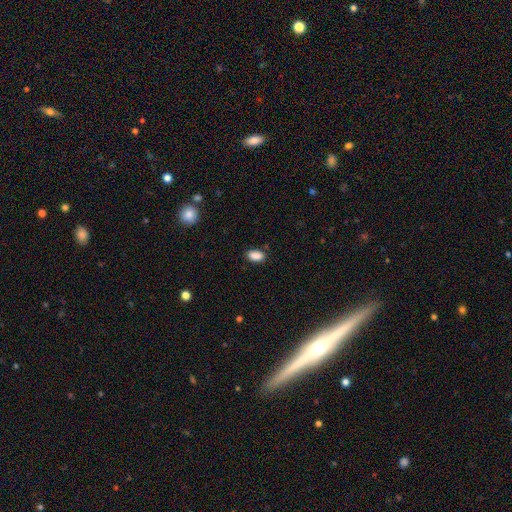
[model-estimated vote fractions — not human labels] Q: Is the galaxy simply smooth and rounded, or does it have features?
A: smooth — 89%.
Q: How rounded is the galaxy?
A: in between — 91%.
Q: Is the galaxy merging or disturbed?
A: none — 84%.